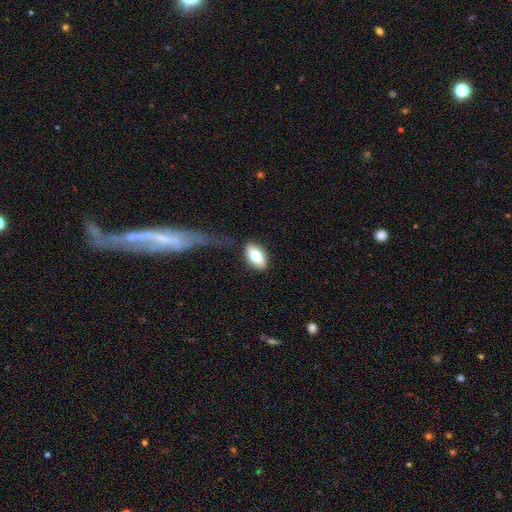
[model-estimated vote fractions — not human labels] This is clearly a smooth galaxy (80%). How rounded: clearly in between (91%). Merging: likely none (73%).